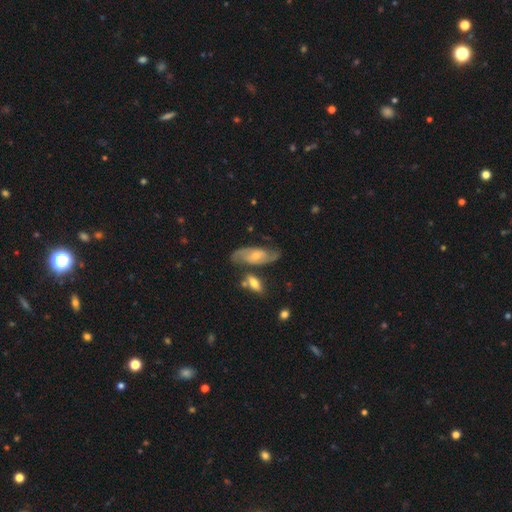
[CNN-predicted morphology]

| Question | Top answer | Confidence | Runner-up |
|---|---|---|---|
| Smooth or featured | featured or disk | 70% | smooth (24%) |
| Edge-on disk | no | 89% | yes (11%) |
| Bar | no | 55% | weak (36%) |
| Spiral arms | yes | 90% | no (10%) |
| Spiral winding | medium | 46% | loose (27%) |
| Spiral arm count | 2 | 84% | can't tell (10%) |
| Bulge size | small | 52% | moderate (38%) |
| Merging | none | 67% | minor disturbance (17%) |